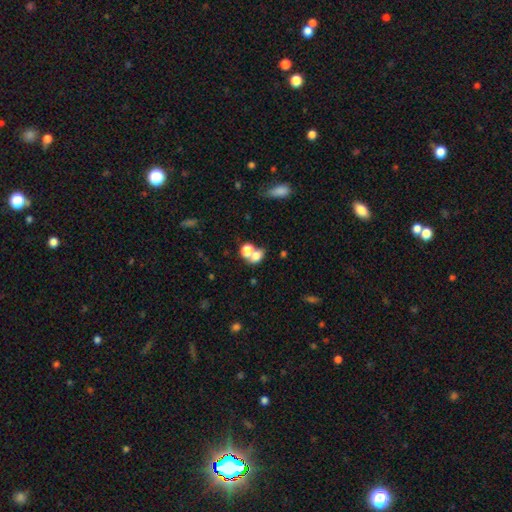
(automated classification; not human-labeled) A smooth galaxy with no disk features (74%) that is in between round and cigar-shaped (68%).

Vote fractions:
- Smooth or featured? smooth: 74% / star or artifact: 14% / featured or disk: 13%
- How rounded? in between: 68% / round: 30% / cigar-shaped: 2%
- Merging? merger: 48% / none: 36% / minor disturbance: 10% / major disturbance: 6%